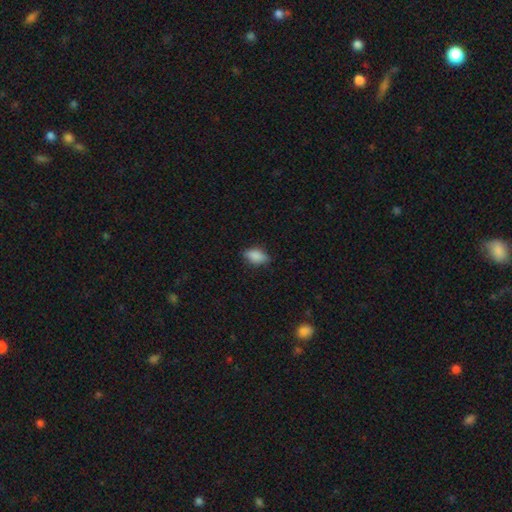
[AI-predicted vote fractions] smooth_or_featured: smooth (p=0.81) [alt: featured or disk p=0.10]
how_rounded: in between (p=0.87) [alt: round p=0.08]
merging: none (p=0.74) [alt: minor disturbance p=0.20]